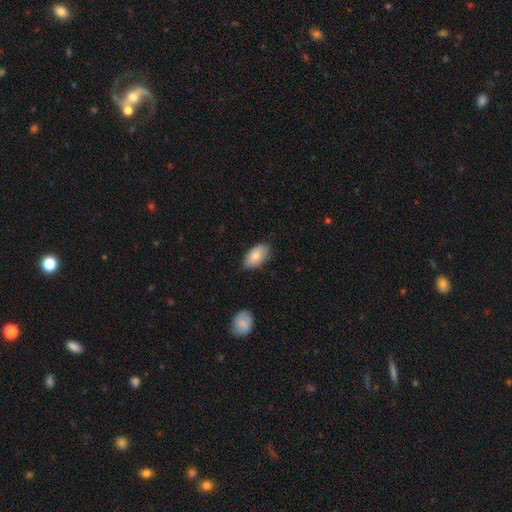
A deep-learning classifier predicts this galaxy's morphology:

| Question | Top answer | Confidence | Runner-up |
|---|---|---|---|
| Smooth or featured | smooth | 80% | featured or disk (13%) |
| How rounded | in between | 94% | round (4%) |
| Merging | none | 81% | minor disturbance (16%) |